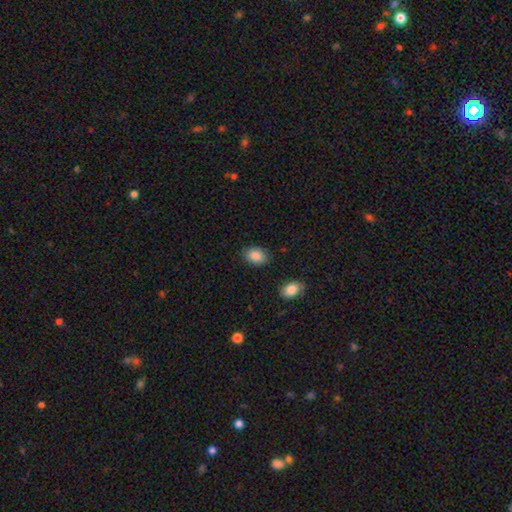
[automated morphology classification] The model was most divided on "how rounded": in between: 77%, round: 22%, cigar-shaped: 1%. More confident: smooth or featured — smooth (88%); merging — none (85%).